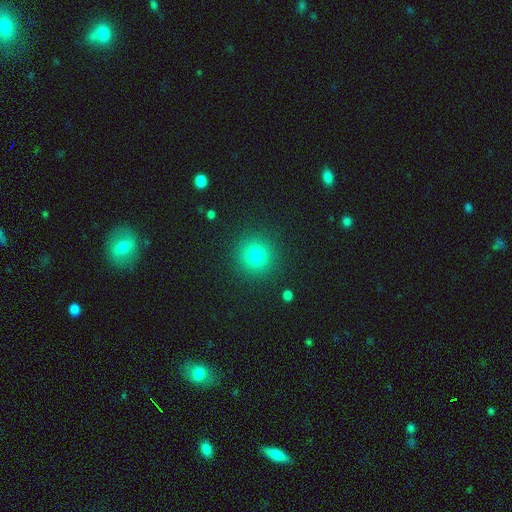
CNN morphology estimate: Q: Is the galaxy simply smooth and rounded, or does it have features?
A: smooth — 78%.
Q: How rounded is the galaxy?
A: round — 93%.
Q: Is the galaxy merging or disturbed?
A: none — 90%.